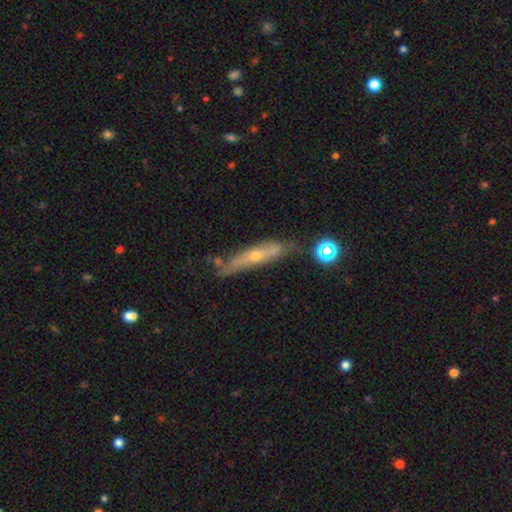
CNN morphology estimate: A featured or disk galaxy (59%) viewed edge-on (73%).

Vote fractions:
- Smooth or featured? featured or disk: 59% / smooth: 33% / star or artifact: 8%
- Edge-on disk? yes: 73% / no: 27%
- Merging? none: 66% / minor disturbance: 22% / merger: 7% / major disturbance: 6%